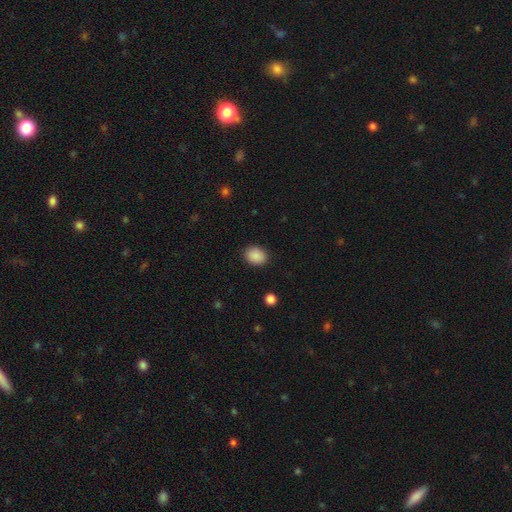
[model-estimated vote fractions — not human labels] Smooth or featured? Predicted: smooth (p=0.89). How rounded? Predicted: in between (p=0.51). Merging? Predicted: none (p=0.89).